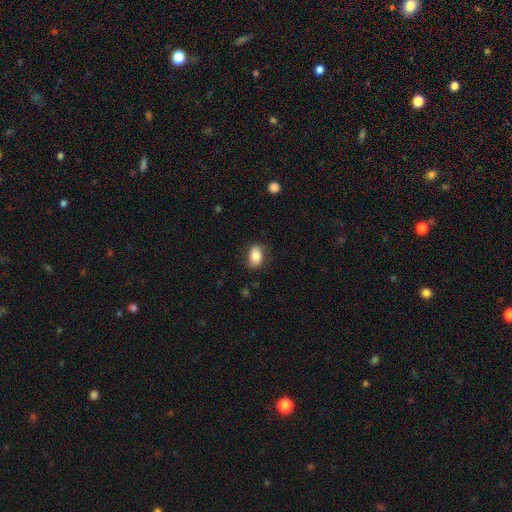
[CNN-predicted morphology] smooth_or_featured: smooth (p=0.81) [alt: featured or disk p=0.12]
how_rounded: in between (p=0.83) [alt: round p=0.15]
merging: none (p=0.78) [alt: minor disturbance p=0.16]